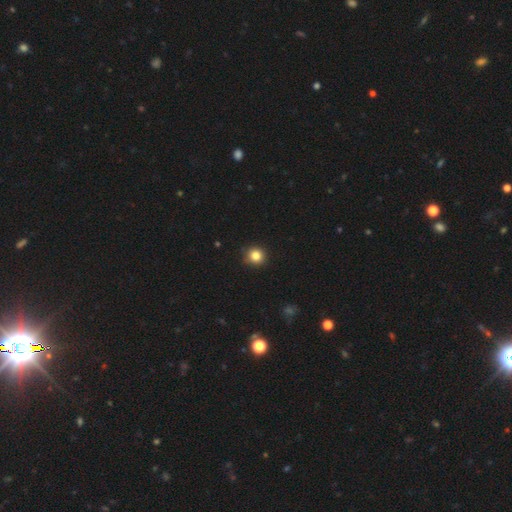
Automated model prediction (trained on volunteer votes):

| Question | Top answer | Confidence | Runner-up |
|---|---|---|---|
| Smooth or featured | smooth | 84% | star or artifact (12%) |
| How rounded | round | 92% | in between (7%) |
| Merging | none | 90% | minor disturbance (7%) |